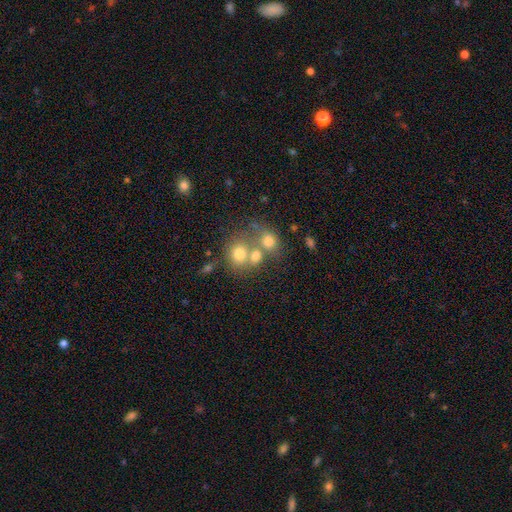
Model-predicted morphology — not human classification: This is likely a smooth galaxy (70%). How rounded: likely round (68%). Merging: possibly merger (50%).